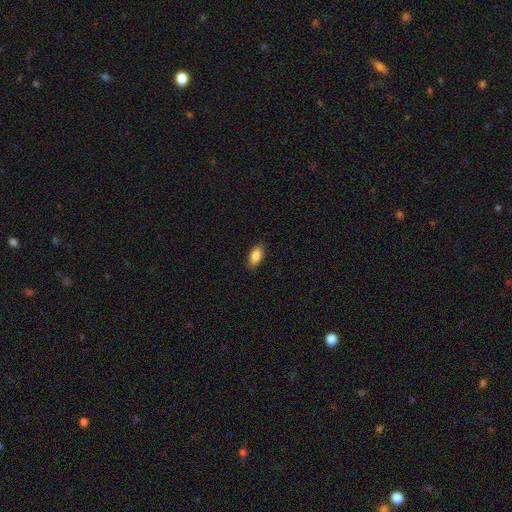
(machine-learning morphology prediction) smooth-or-featured: smooth: 87% | star or artifact: 7% | featured or disk: 6%
  how-rounded: in between: 91% | cigar-shaped: 5% | round: 4%
  merging: none: 86% | minor disturbance: 10% | major disturbance: 2% | merger: 1%